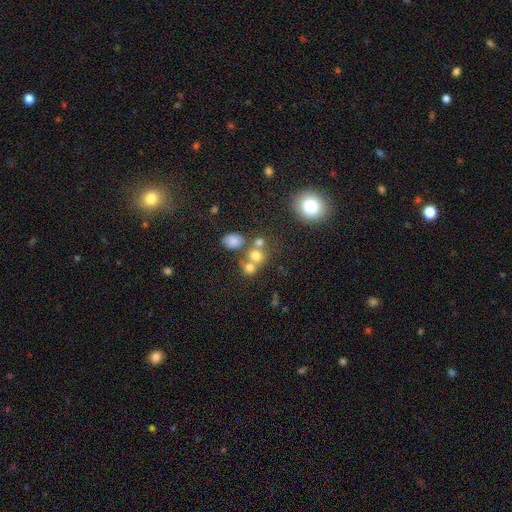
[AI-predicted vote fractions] Smooth or featured? Predicted: smooth (p=0.68). How rounded? Predicted: round (p=0.75). Merging? Predicted: none (p=0.45).